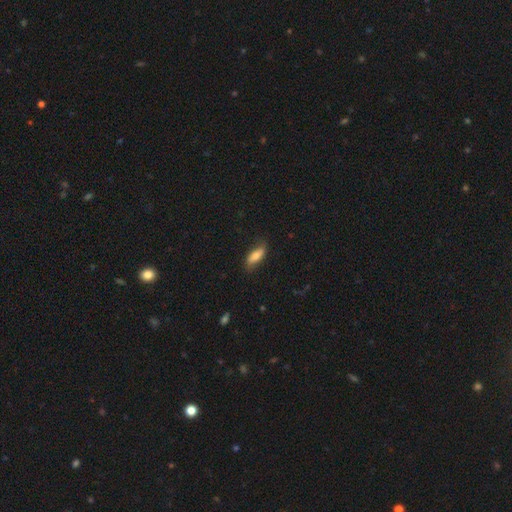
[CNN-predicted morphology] This appears to be a smooth galaxy with no disk features (73%) that is in between round and cigar-shaped (74%). Merging: none (71%).